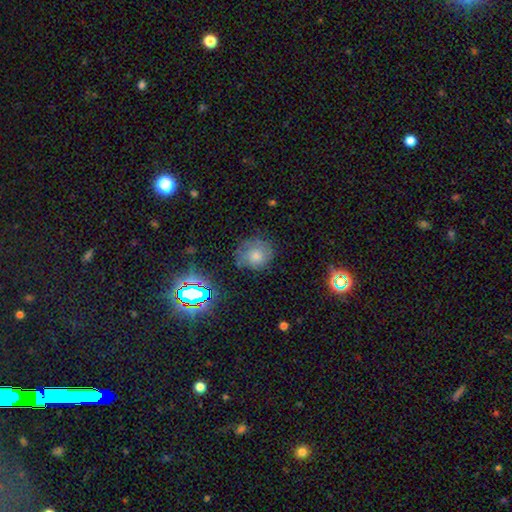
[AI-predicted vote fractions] smooth_or_featured: smooth (p=0.51) [alt: featured or disk p=0.25]
how_rounded: round (p=0.78) [alt: in between p=0.21]
merging: none (p=0.72) [alt: minor disturbance p=0.19]